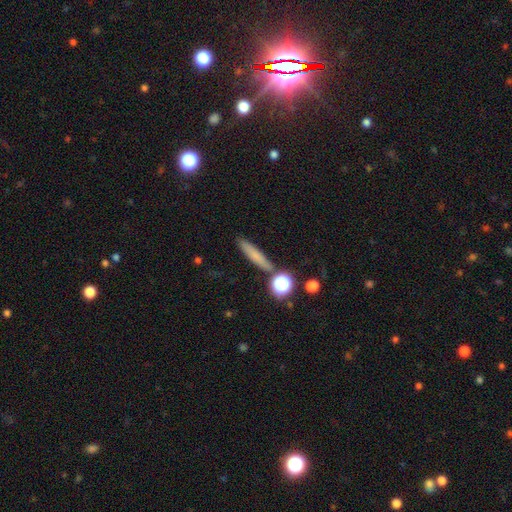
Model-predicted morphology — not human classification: Q: Smooth or featured?
A: smooth (68%); runner-up: featured or disk (19%)
Q: How rounded?
A: cigar-shaped (81%); runner-up: in between (12%)
Q: Merging?
A: none (81%); runner-up: minor disturbance (10%)